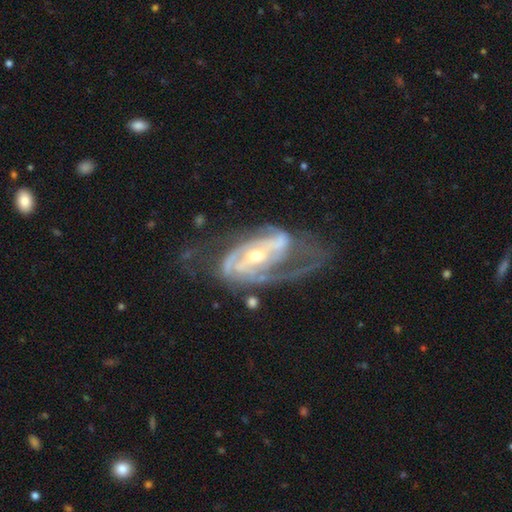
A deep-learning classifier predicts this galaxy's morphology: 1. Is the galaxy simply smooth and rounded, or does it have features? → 90% featured or disk, 5% star or artifact, 5% smooth.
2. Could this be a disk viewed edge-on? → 96% no, 4% yes.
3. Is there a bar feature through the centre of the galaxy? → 34% strong (tied), 34% weak (tied), 32% no.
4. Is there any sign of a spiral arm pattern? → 95% yes, 5% no.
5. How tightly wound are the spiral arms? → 44% medium, 38% tight, 17% loose.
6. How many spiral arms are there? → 56% 2, 15% 3, 15% can't tell, 6% 1, 4% 4, 3% more than 4.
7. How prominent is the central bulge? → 50% moderate, 46% small, 3% large, 1% none, 1% dominant.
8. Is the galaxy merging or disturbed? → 44% none, 30% major disturbance, 21% minor disturbance, 4% merger.